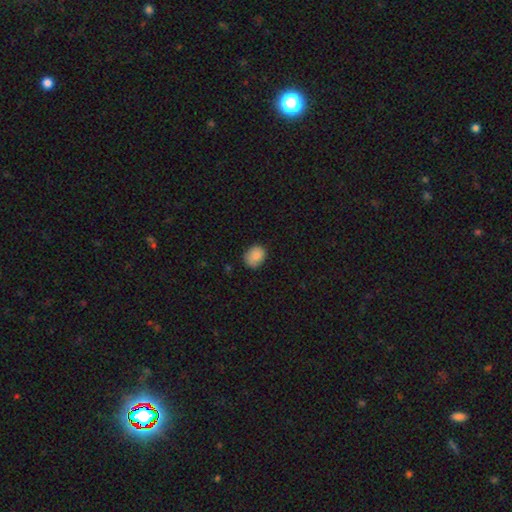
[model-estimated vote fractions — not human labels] smooth-or-featured: smooth: 87% | star or artifact: 8% | featured or disk: 5%
  how-rounded: round: 53% | in between: 46% | cigar-shaped: 1%
  merging: none: 74% | minor disturbance: 21% | major disturbance: 4% | merger: 1%